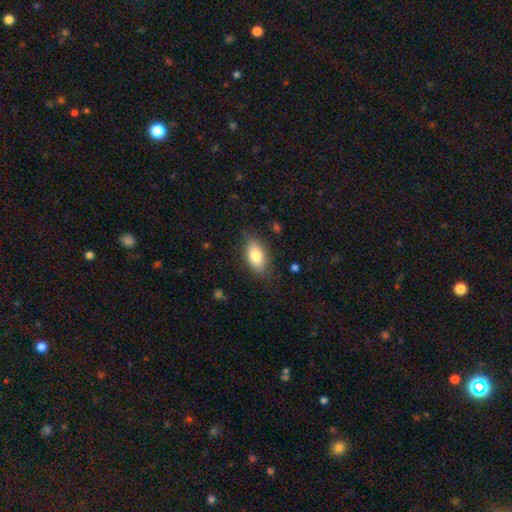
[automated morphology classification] The model was most divided on "merging": none: 74%, minor disturbance: 20%, major disturbance: 4%, merger: 1%. More confident: how rounded — in between (87%); smooth or featured — smooth (77%).